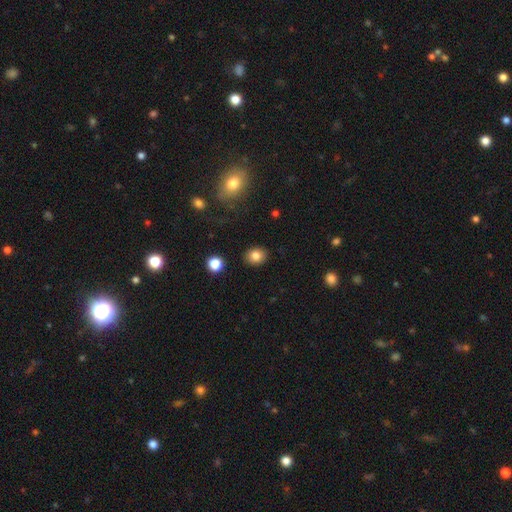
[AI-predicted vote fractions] Smooth or featured: smooth — 82% (star or artifact — 10%)
How rounded: round — 56% (in between — 43%)
Merging: none — 88% (minor disturbance — 8%)